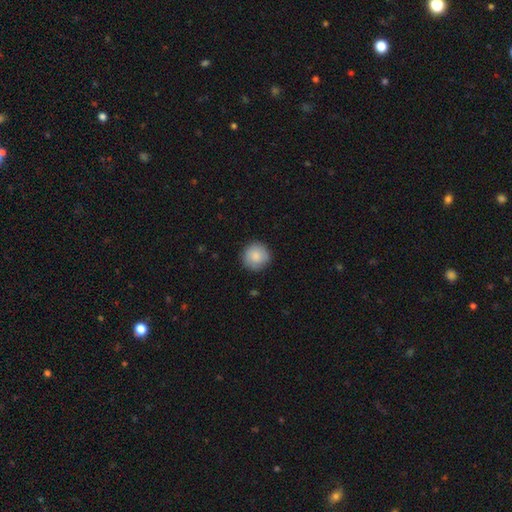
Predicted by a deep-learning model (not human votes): Smooth or featured?
  - smooth: 86% *
  - featured or disk: 7%
  - star or artifact: 7%
How rounded?
  - round: 95% *
  - in between: 4%
  - cigar-shaped: 1%
Merging?
  - none: 88% *
  - minor disturbance: 9%
  - major disturbance: 2%
  - merger: 1%